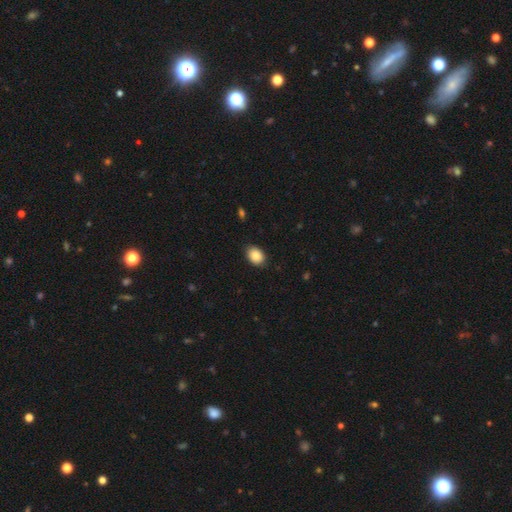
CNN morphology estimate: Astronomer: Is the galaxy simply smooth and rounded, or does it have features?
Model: smooth — 86%.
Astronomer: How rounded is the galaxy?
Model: in between — 69%.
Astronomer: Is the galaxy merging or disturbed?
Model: none — 86%.